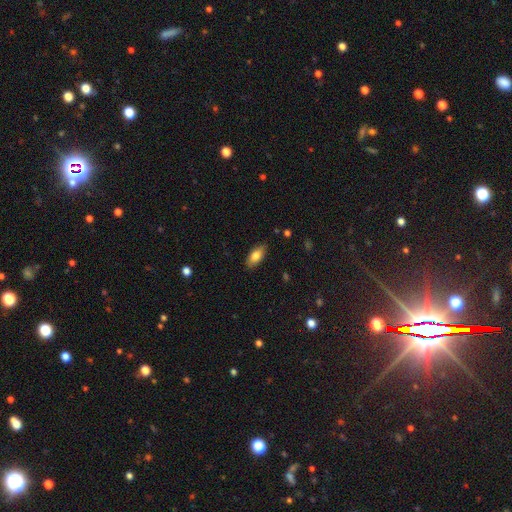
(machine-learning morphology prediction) type=smooth (80%); roundness=in between (86%); merging=none (85%).